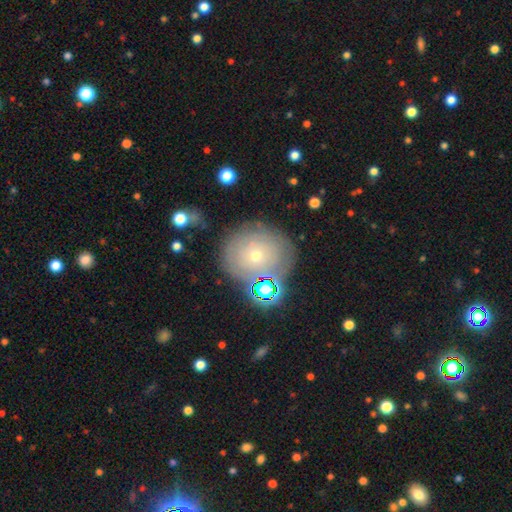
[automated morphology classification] A featured or disk galaxy (46%). Merging: none (75%).